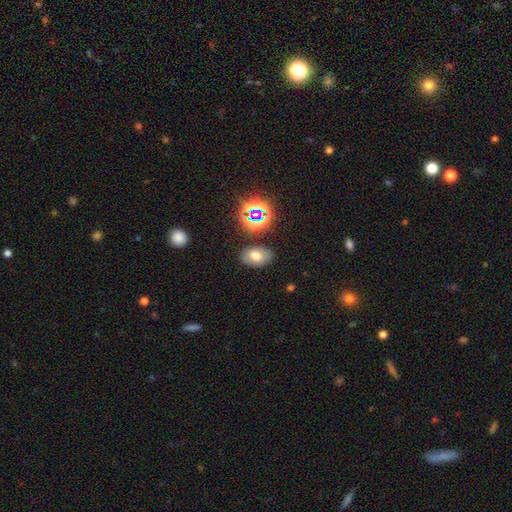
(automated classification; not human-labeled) Smooth or featured? Predicted: smooth (p=0.62). How rounded? Predicted: in between (p=0.87). Merging? Predicted: none (p=0.80).